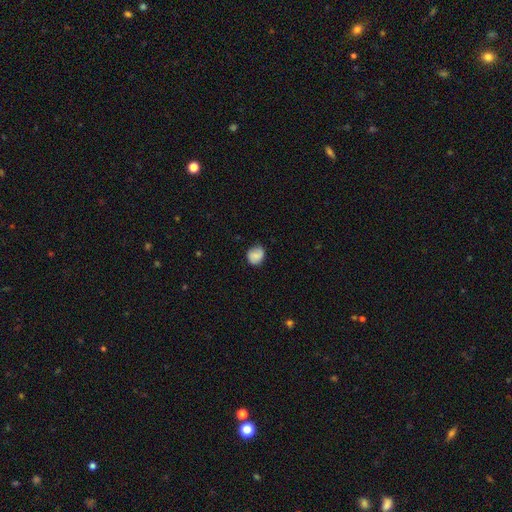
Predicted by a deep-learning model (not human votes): Smooth or featured?
  - smooth: 73% *
  - featured or disk: 19%
  - star or artifact: 8%
How rounded?
  - round: 72% *
  - in between: 27%
  - cigar-shaped: 1%
Merging?
  - none: 68% *
  - minor disturbance: 25%
  - major disturbance: 6%
  - merger: 1%